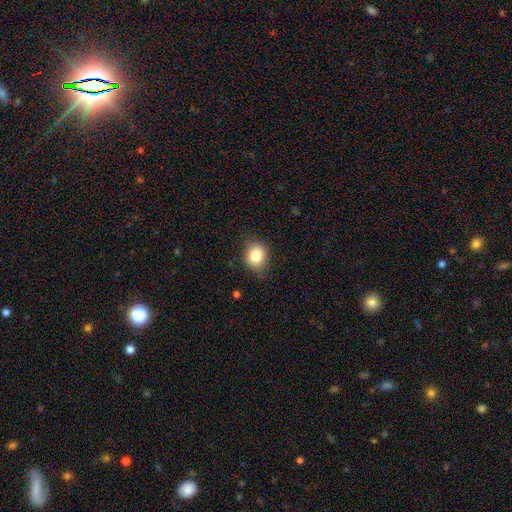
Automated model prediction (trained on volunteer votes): Smooth or featured?
  - smooth: 82% *
  - star or artifact: 10%
  - featured or disk: 8%
How rounded?
  - round: 65% *
  - in between: 34%
  - cigar-shaped: 1%
Merging?
  - none: 80% *
  - minor disturbance: 16%
  - major disturbance: 3%
  - merger: 1%